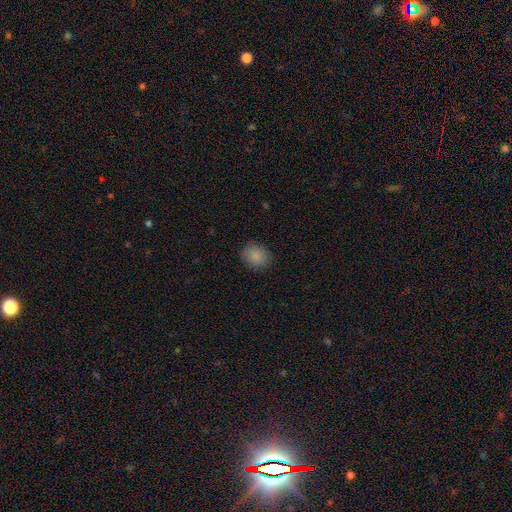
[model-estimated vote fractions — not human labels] Smooth or featured? Predicted: smooth (p=0.87). How rounded? Predicted: round (p=0.70). Merging? Predicted: none (p=0.86).